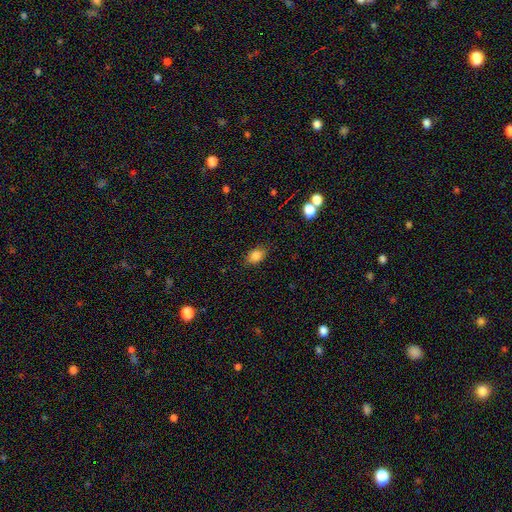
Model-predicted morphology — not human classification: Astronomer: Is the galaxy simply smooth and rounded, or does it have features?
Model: smooth — 84%.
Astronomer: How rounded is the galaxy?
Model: in between — 78%.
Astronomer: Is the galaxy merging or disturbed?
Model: none — 82%.